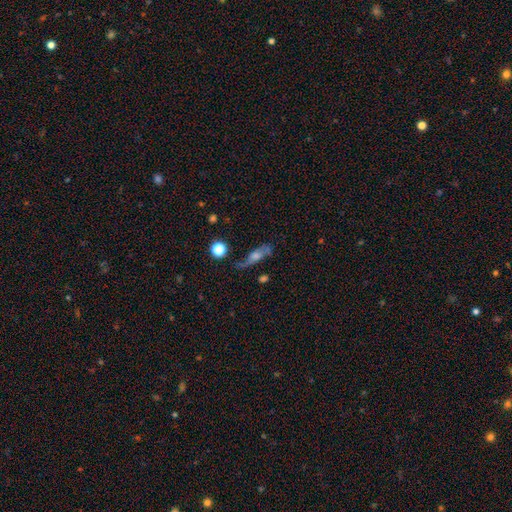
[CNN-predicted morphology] Overall: featured or disk (52%; smooth 34%). Edge-on disk: no (58%; yes 42%). Merging: none (55%; minor disturbance 23%).